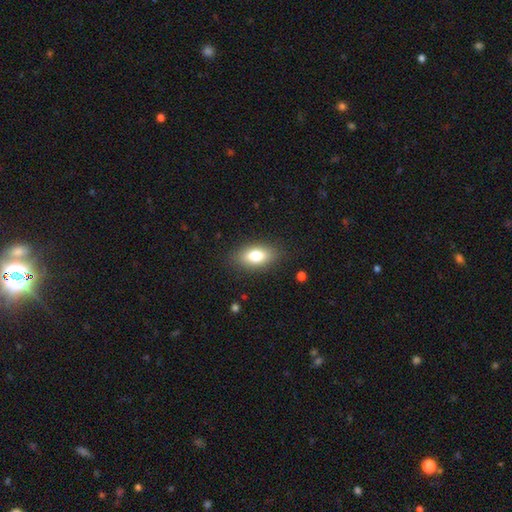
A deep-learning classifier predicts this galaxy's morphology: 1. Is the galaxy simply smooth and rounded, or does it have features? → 78% smooth, 14% featured or disk, 8% star or artifact.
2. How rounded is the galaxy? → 88% in between, 7% round, 6% cigar-shaped.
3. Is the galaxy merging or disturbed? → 85% none, 11% minor disturbance, 3% major disturbance, 1% merger.